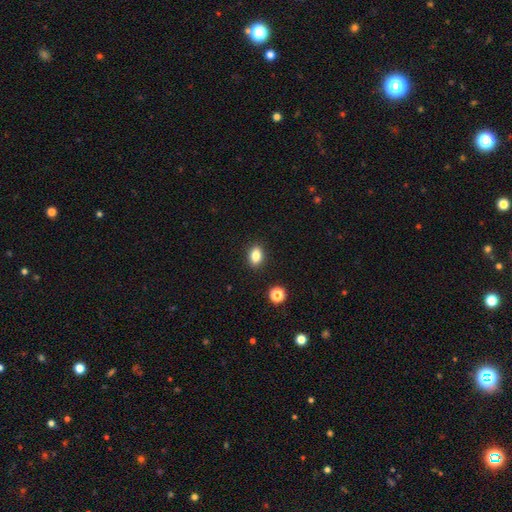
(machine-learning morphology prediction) Smooth or featured? Predicted: smooth (p=0.84). How rounded? Predicted: in between (p=0.80). Merging? Predicted: none (p=0.89).